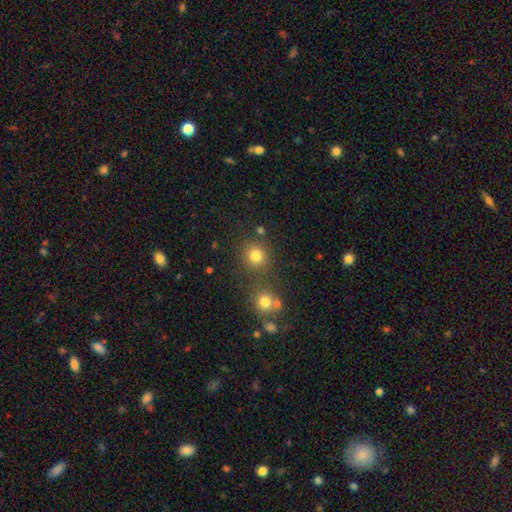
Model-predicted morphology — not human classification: Smooth or featured: smooth — 80% (star or artifact — 14%)
How rounded: round — 89% (in between — 10%)
Merging: none — 74% (merger — 14%)